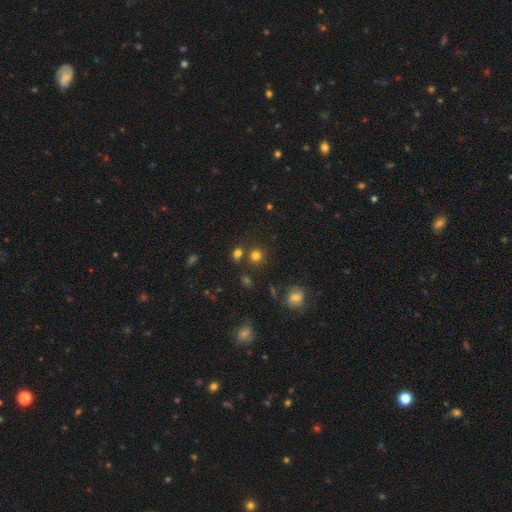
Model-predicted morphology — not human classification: This is likely a smooth galaxy (75%). How rounded: clearly round (85%). Merging: likely none (76%).